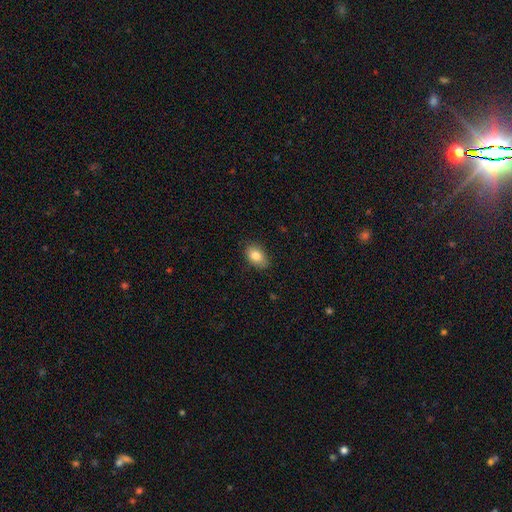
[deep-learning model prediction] smooth 83%, featured or disk 9%, star or artifact 8%. Down the decision tree: how rounded — in between (86%); merging — none (81%).